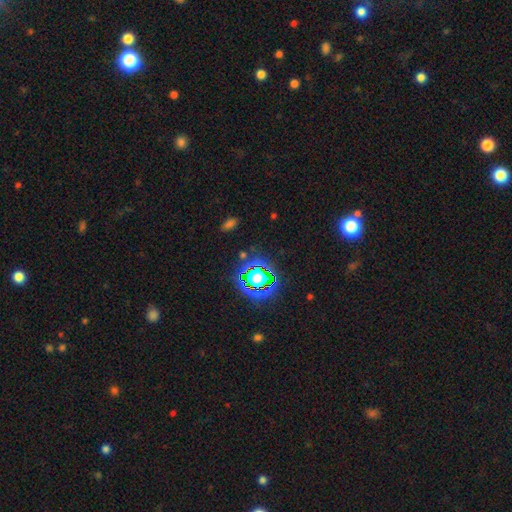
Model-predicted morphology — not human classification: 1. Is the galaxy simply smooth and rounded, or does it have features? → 76% star or artifact, 15% smooth, 9% featured or disk.